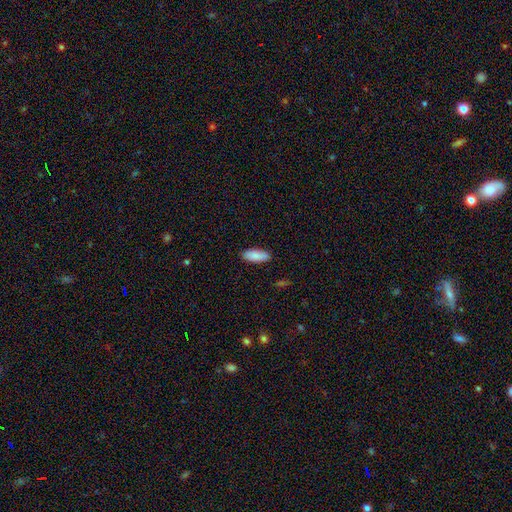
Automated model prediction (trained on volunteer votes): Smooth or featured?
  - smooth: 89% *
  - star or artifact: 6%
  - featured or disk: 6%
How rounded?
  - in between: 80% *
  - cigar-shaped: 19%
  - round: 2%
Merging?
  - none: 89% *
  - minor disturbance: 8%
  - major disturbance: 2%
  - merger: 1%